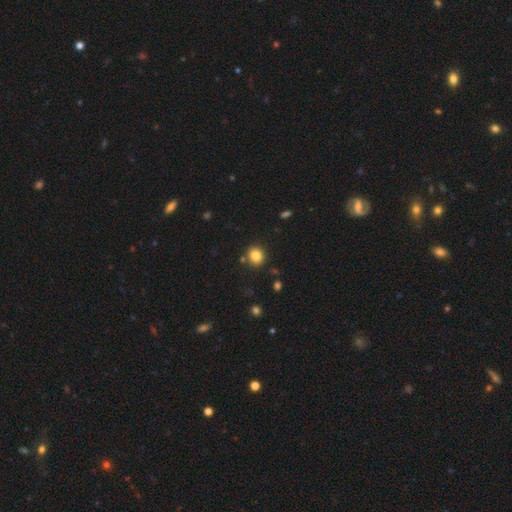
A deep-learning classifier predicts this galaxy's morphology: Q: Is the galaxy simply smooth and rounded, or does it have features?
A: smooth — 84%.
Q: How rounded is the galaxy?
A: round — 81%.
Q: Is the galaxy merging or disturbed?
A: none — 84%.